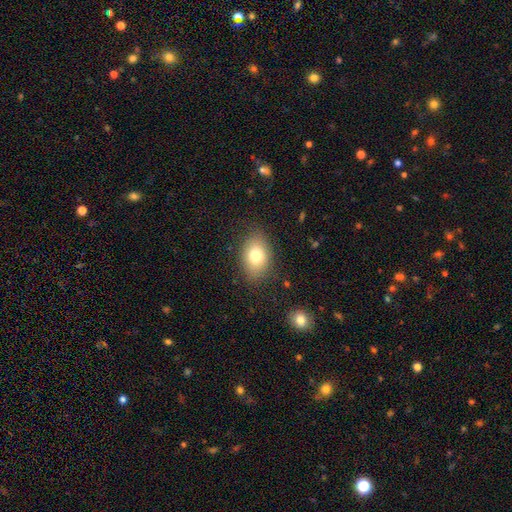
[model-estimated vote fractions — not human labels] Q: Smooth or featured?
A: smooth (78%); runner-up: featured or disk (13%)
Q: How rounded?
A: in between (80%); runner-up: round (19%)
Q: Merging?
A: none (83%); runner-up: minor disturbance (12%)